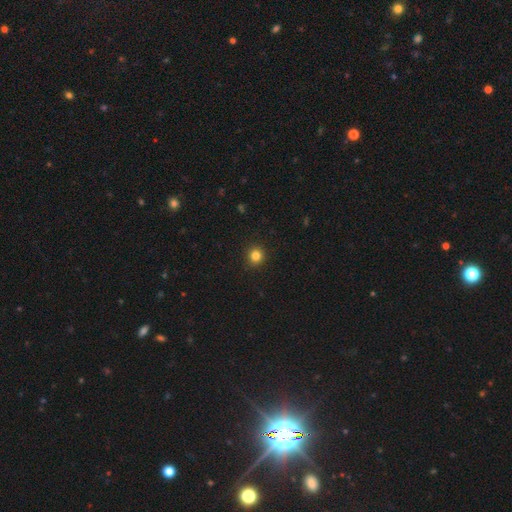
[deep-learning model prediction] Overall: smooth (83%). How rounded: round (92%). Merging: none (92%).